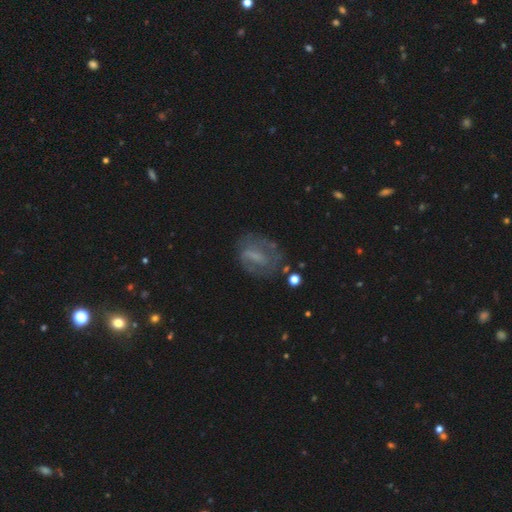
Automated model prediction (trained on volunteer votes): smooth_or_featured: featured or disk (p=0.54) [alt: smooth p=0.34]
disk_edge_on: no (p=0.93) [alt: yes p=0.07]
bar: weak (p=0.44) [alt: no p=0.30]
has_spiral_arms: yes (p=0.54) [alt: no p=0.46]
bulge_size: none (p=0.40) [alt: small p=0.34]
merging: none (p=0.59) [alt: minor disturbance p=0.22]